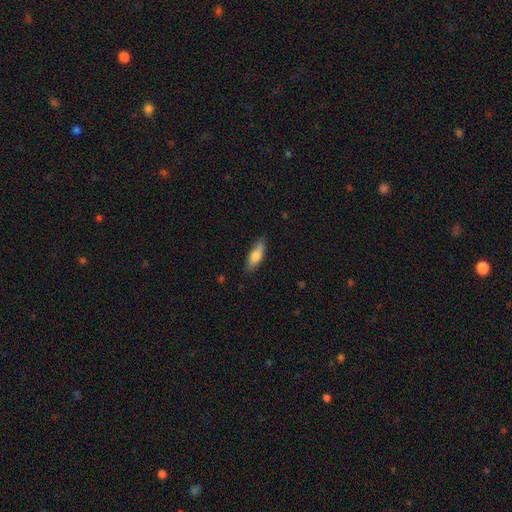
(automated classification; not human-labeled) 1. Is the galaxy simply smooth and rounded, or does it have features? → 74% smooth, 20% featured or disk, 6% star or artifact.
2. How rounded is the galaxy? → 57% in between, 40% cigar-shaped, 2% round.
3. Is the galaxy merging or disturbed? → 78% none, 17% minor disturbance, 3% major disturbance, 2% merger.